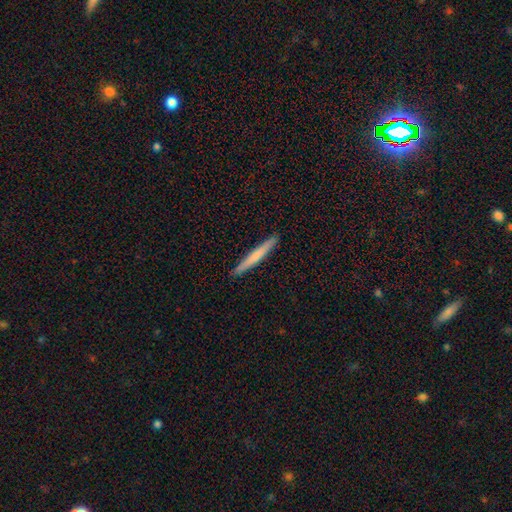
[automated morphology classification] Smooth or featured?
  - smooth: 61% *
  - featured or disk: 33%
  - star or artifact: 5%
How rounded?
  - cigar-shaped: 97% *
  - in between: 2%
  - round: 1%
Merging?
  - none: 92% *
  - minor disturbance: 5%
  - major disturbance: 1%
  - merger: 1%